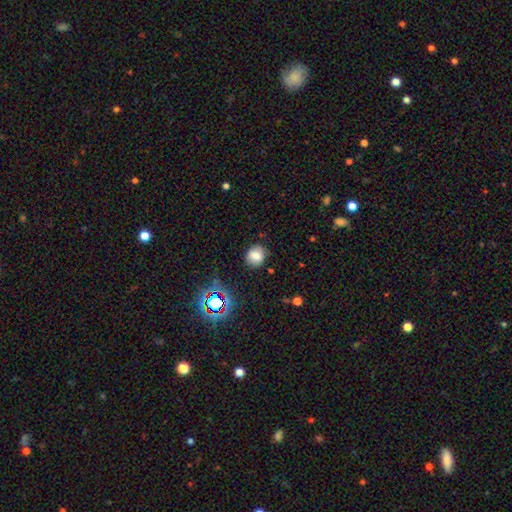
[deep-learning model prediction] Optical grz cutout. It shows a smooth galaxy with no disk features (75%) that is round (75%). Merging: none (82%).